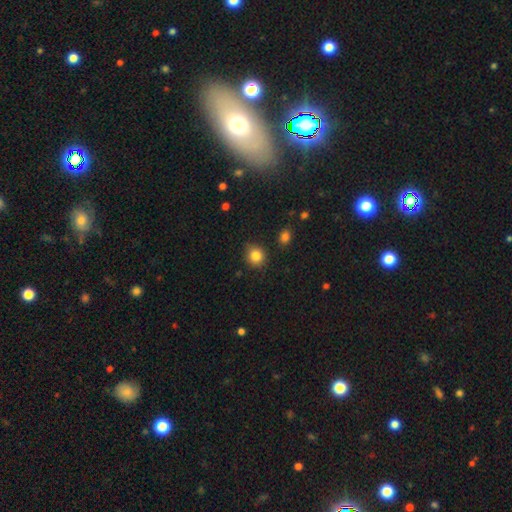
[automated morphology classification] This appears to be a smooth galaxy with no disk features (84%) that is round (81%). Merging: none (83%).